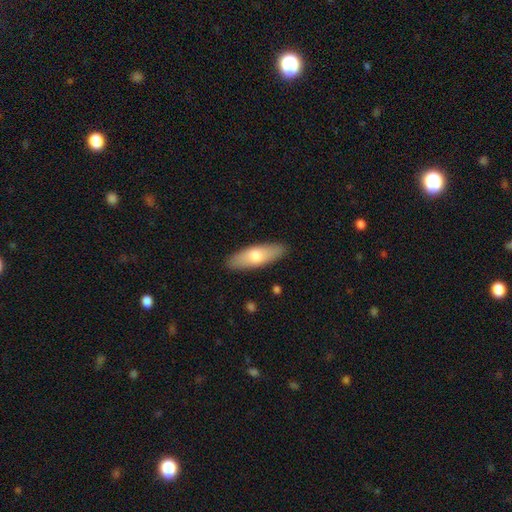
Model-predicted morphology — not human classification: Overall: smooth (69%). How rounded: in between (57%; cigar-shaped 41%). Merging: none (89%).